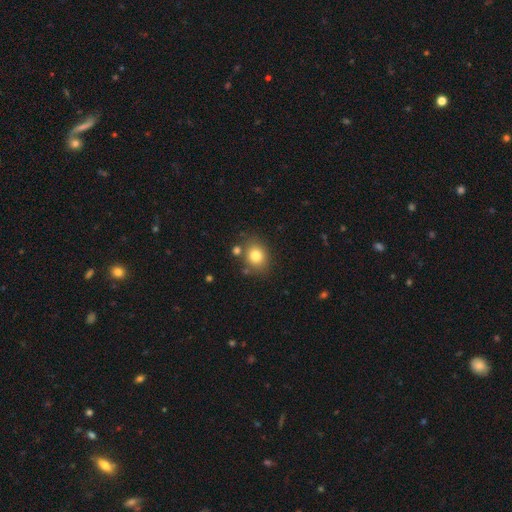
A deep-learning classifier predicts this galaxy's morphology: Smooth or featured? smooth (80%)
How rounded? round (60%)
Merging? none (76%)